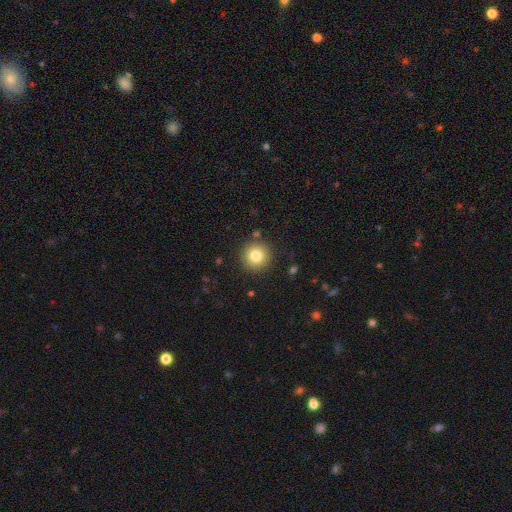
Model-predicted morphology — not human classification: This is clearly a smooth galaxy (80%). How rounded: clearly round (95%). Merging: clearly none (89%).